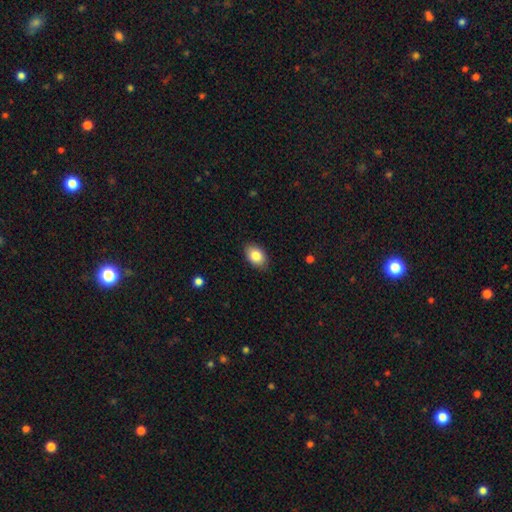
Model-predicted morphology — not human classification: The model was most divided on "how rounded": in between: 86%, round: 13%, cigar-shaped: 1%. More confident: merging — none (86%); smooth or featured — smooth (84%).